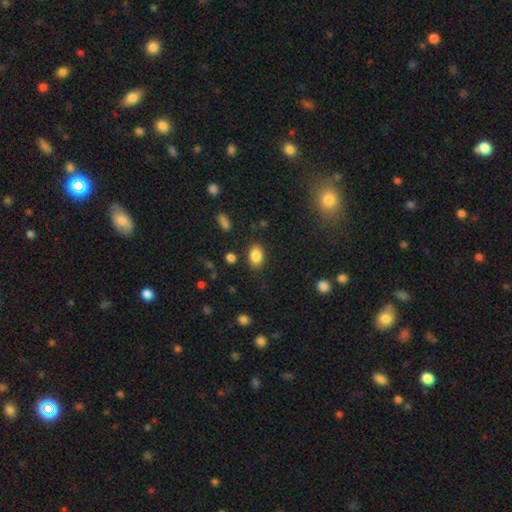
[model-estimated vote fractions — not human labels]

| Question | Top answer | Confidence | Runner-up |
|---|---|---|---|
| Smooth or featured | smooth | 85% | star or artifact (9%) |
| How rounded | in between | 86% | round (12%) |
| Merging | none | 85% | minor disturbance (10%) |